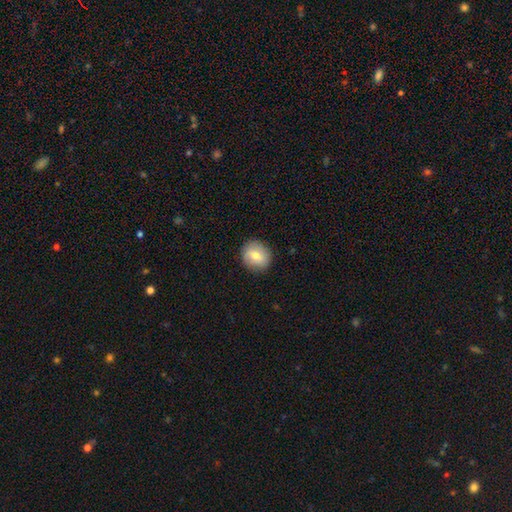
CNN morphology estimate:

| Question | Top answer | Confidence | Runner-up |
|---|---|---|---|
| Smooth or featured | smooth | 71% | featured or disk (21%) |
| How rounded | round | 78% | in between (21%) |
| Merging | none | 87% | minor disturbance (10%) |